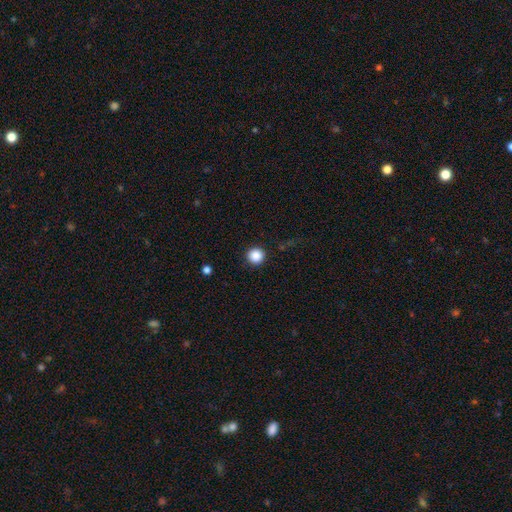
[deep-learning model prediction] A smooth galaxy with no disk features (88%) that is round (96%). Merging: none (91%).